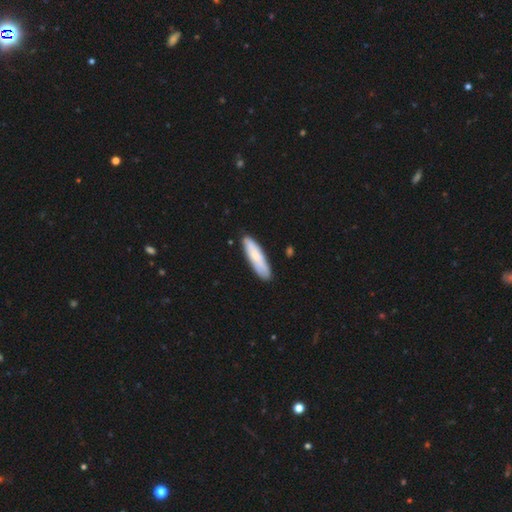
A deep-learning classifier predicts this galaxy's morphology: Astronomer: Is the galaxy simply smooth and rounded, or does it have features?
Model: smooth — 71%.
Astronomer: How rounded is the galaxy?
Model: cigar-shaped — 71%.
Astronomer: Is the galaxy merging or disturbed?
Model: none — 85%.